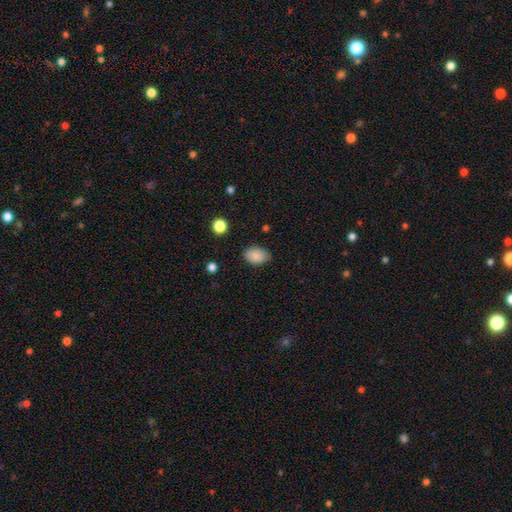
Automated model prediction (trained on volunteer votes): A smooth galaxy with no disk features (87%) that is in between round and cigar-shaped (81%). Merging: none (81%).